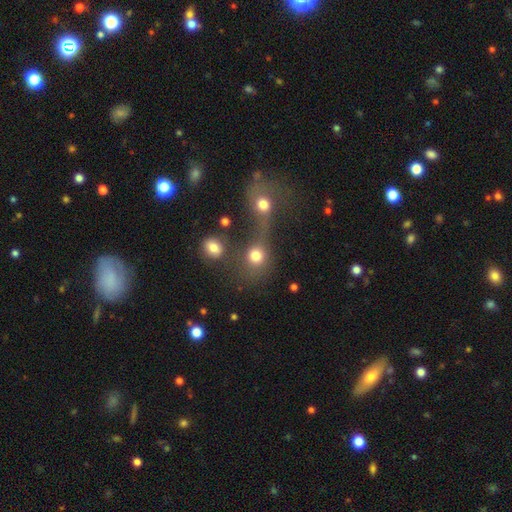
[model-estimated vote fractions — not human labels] smooth 77%, star or artifact 14%, featured or disk 10%. Down the decision tree: how rounded — round (80%); merging — merger (52%).